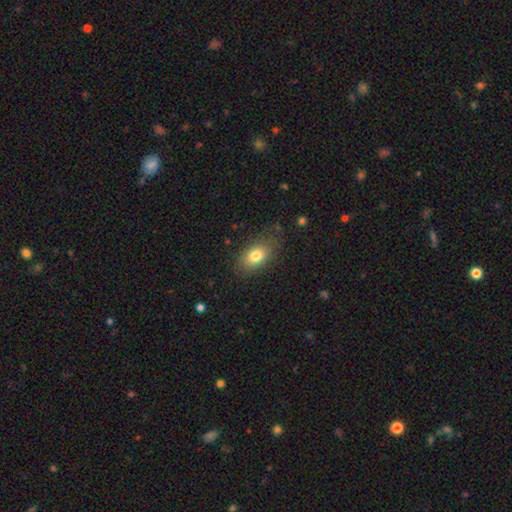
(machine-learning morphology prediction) type=smooth (79%); roundness=in between (84%); merging=none (77%).